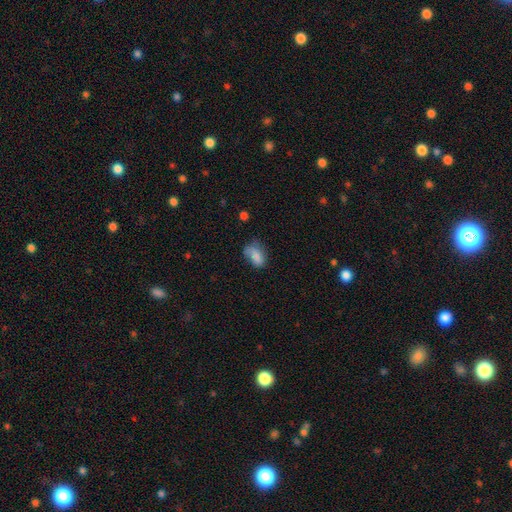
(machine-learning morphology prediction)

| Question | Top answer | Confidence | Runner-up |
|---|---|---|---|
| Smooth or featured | smooth | 78% | featured or disk (12%) |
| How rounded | in between | 89% | round (7%) |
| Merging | none | 42% | minor disturbance (35%) |